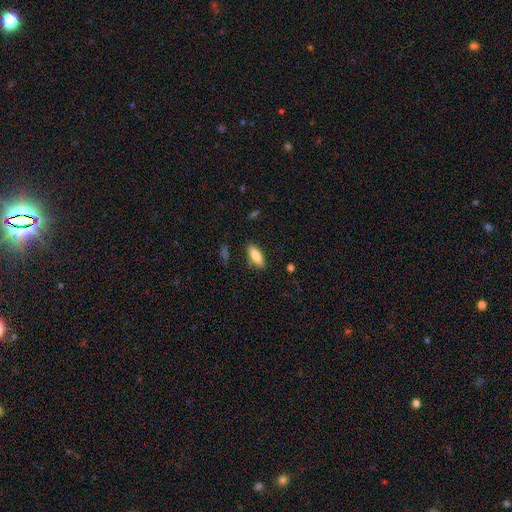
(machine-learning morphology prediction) Smooth or featured? smooth (79%)
How rounded? in between (74%)
Merging? none (85%)